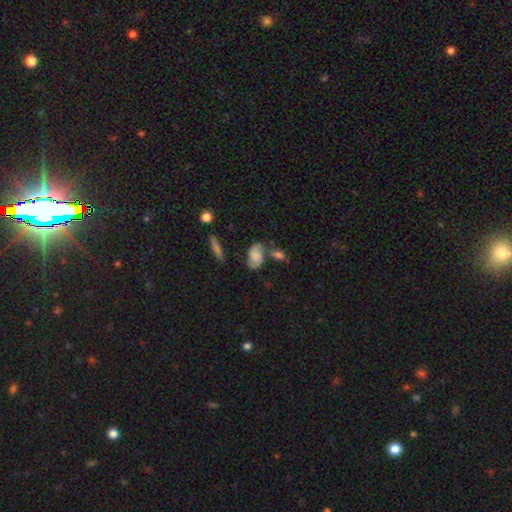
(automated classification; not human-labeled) smooth_or_featured: smooth (p=0.57) [alt: featured or disk p=0.34]
how_rounded: in between (p=0.85) [alt: round p=0.11]
merging: none (p=0.51) [alt: minor disturbance p=0.22]